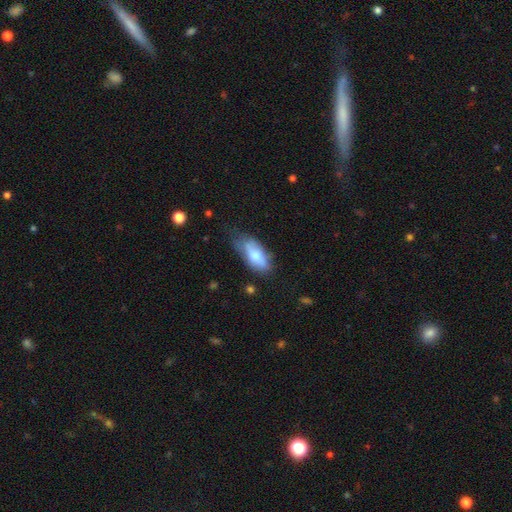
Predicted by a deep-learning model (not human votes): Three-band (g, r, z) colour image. It shows a smooth galaxy with no disk features (72%) that is in between round and cigar-shaped (84%). Merging: none (45%).